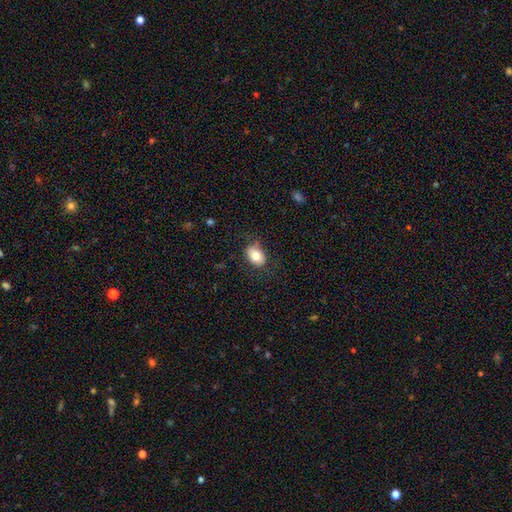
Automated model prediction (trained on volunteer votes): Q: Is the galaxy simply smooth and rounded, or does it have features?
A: smooth — 79%.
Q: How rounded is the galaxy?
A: in between — 75%.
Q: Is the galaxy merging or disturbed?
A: none — 78%.